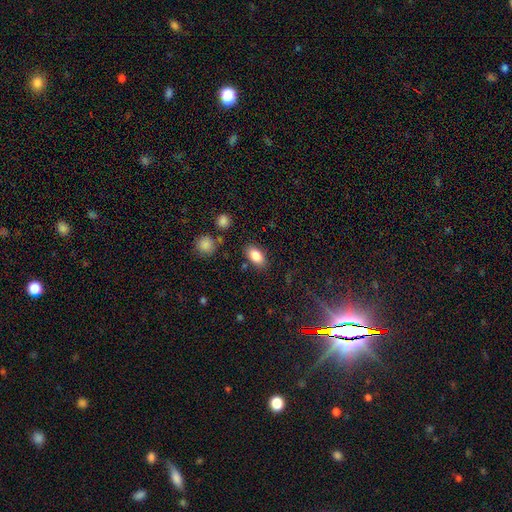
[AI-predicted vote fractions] Smooth or featured?
  - smooth: 85% *
  - star or artifact: 8%
  - featured or disk: 6%
How rounded?
  - in between: 91% *
  - round: 5%
  - cigar-shaped: 4%
Merging?
  - none: 84% *
  - minor disturbance: 11%
  - major disturbance: 3%
  - merger: 3%